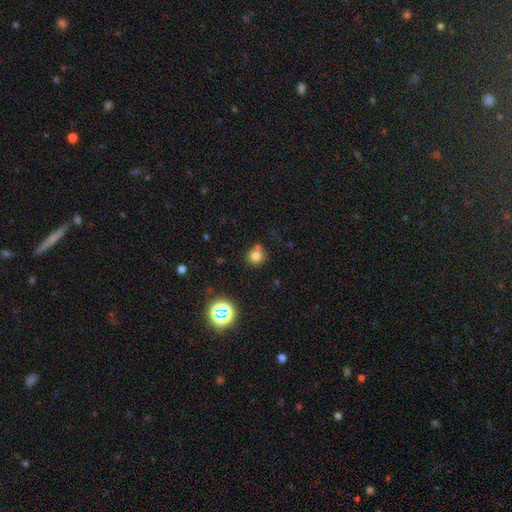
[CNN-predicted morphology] This is likely a smooth galaxy (78%). How rounded: clearly round (91%). Merging: likely none (68%).